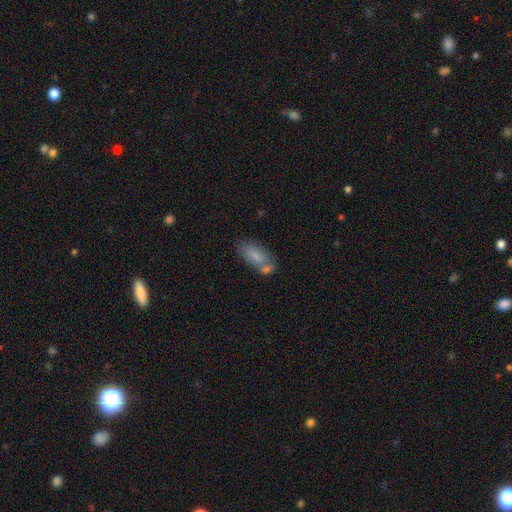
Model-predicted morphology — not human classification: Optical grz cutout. It shows a smooth galaxy with no disk features (76%) that is in between round and cigar-shaped (87%). Merging: none (49%).